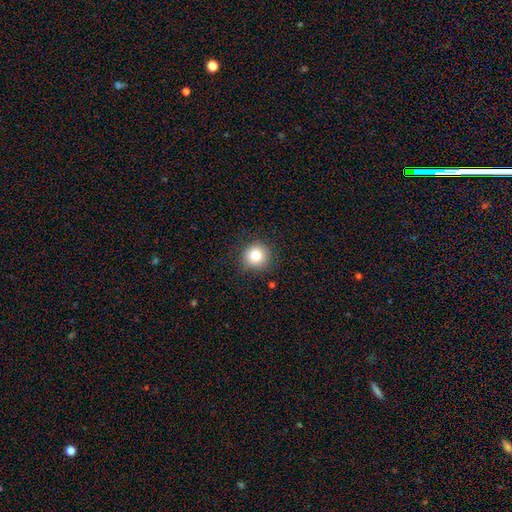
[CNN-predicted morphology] smooth 80%, star or artifact 11%, featured or disk 8%. Down the decision tree: how rounded — round (94%); merging — none (88%).